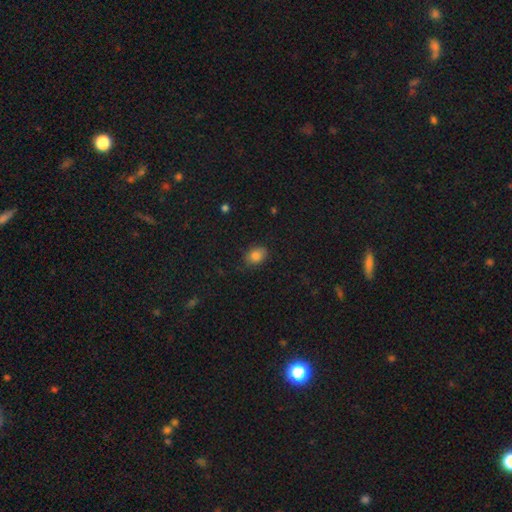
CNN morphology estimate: type=smooth (82%); roundness=in between (67%); merging=none (76%).